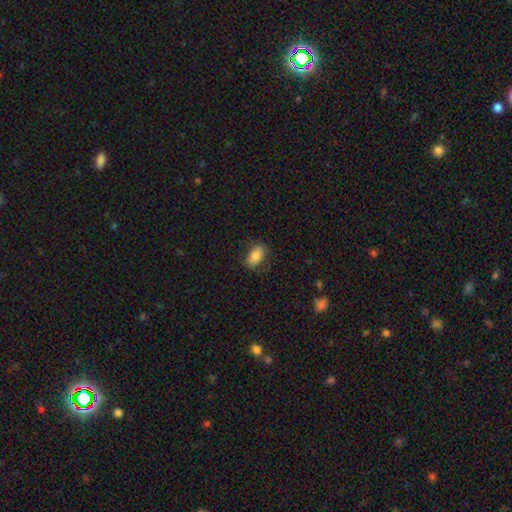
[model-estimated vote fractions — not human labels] smooth_or_featured: smooth (p=0.80) [alt: featured or disk p=0.12]
how_rounded: in between (p=0.88) [alt: round p=0.09]
merging: none (p=0.77) [alt: minor disturbance p=0.17]